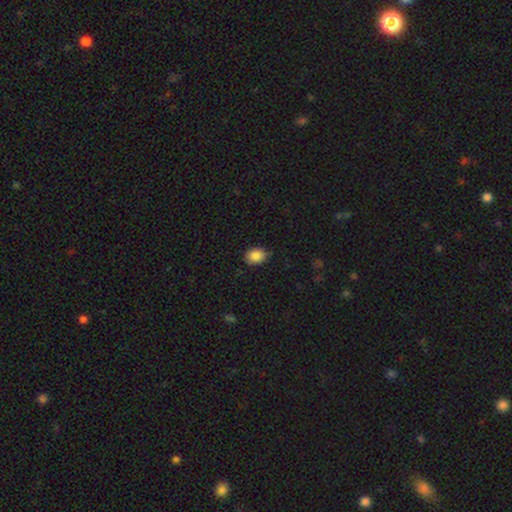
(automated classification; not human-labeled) Smooth or featured?
  - smooth: 87% *
  - star or artifact: 8%
  - featured or disk: 5%
How rounded?
  - in between: 60% *
  - round: 39%
  - cigar-shaped: 1%
Merging?
  - none: 78% *
  - minor disturbance: 18%
  - major disturbance: 3%
  - merger: 1%